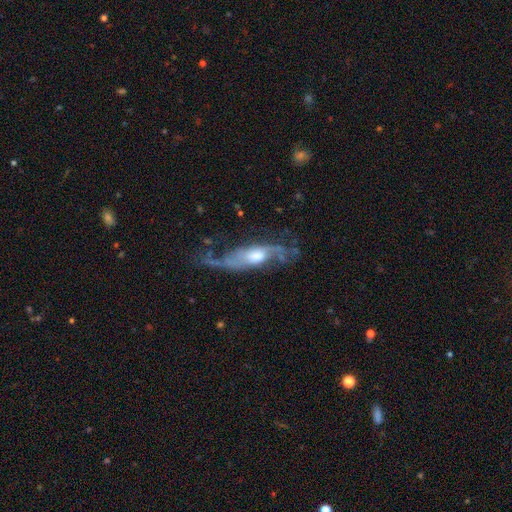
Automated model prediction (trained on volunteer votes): featured or disk 79%, smooth 15%, star or artifact 6%. Down the decision tree: edge-on disk — no (78%); bar — no (57%); spiral arms — yes (90%); spiral arm count — 2 (72%); spiral winding — loose (56%); bulge size — moderate (55%); merging — none (46%).